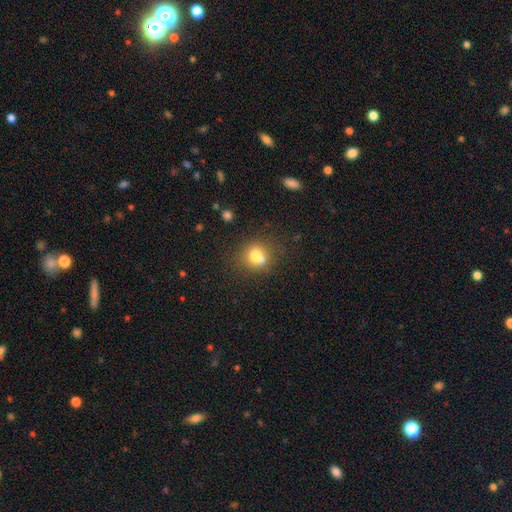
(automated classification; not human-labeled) smooth-or-featured: smooth: 71% | featured or disk: 16% | star or artifact: 13%
  how-rounded: round: 76% | in between: 23% | cigar-shaped: 1%
  merging: none: 50% | merger: 32% | minor disturbance: 13% | major disturbance: 5%